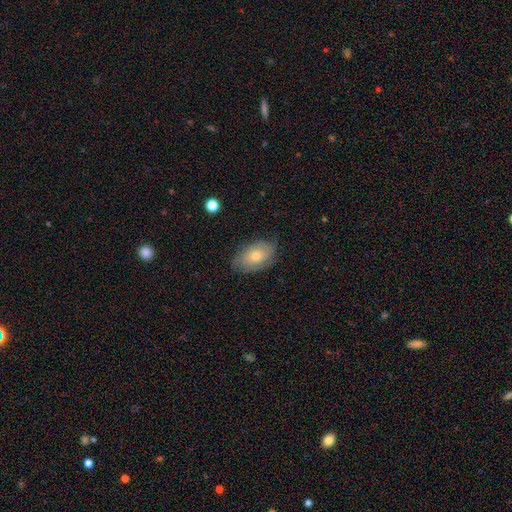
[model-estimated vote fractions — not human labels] smooth-or-featured: smooth: 57% | featured or disk: 34% | star or artifact: 8%
  how-rounded: in between: 89% | round: 9% | cigar-shaped: 2%
  merging: none: 77% | minor disturbance: 18% | major disturbance: 4% | merger: 1%